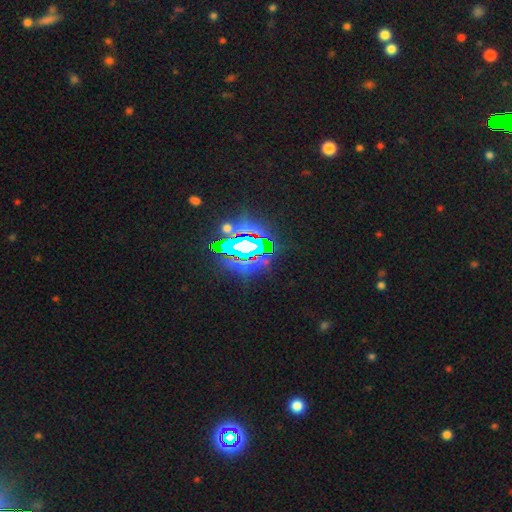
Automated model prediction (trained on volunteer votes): Morphology: type=star or artifact (83%).